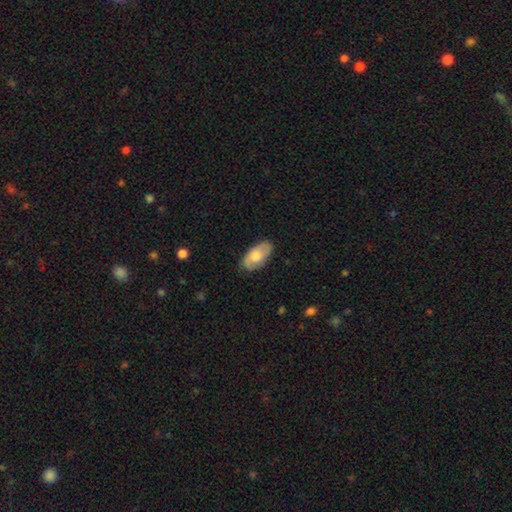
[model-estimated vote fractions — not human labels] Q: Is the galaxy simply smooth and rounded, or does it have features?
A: smooth — 63%.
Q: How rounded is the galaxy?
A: in between — 94%.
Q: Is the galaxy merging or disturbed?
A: none — 79%.